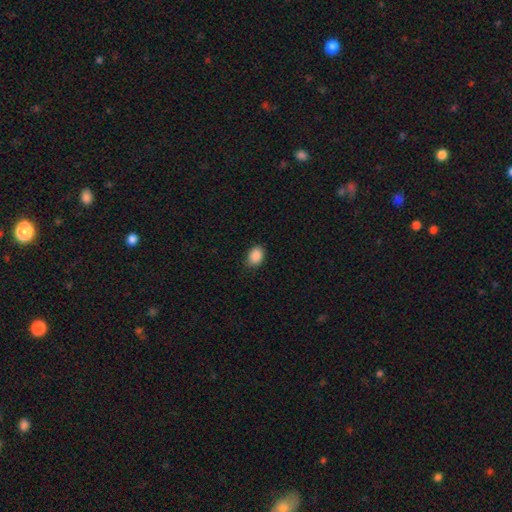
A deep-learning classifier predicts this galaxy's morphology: Smooth or featured? smooth (89%)
How rounded? in between (73%)
Merging? none (83%)